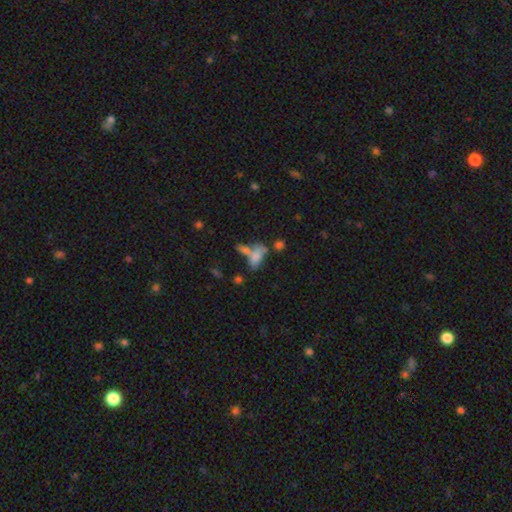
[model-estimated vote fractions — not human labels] smooth 69%, featured or disk 19%, star or artifact 12%. Down the decision tree: how rounded — in between (83%); merging — merger (43%).